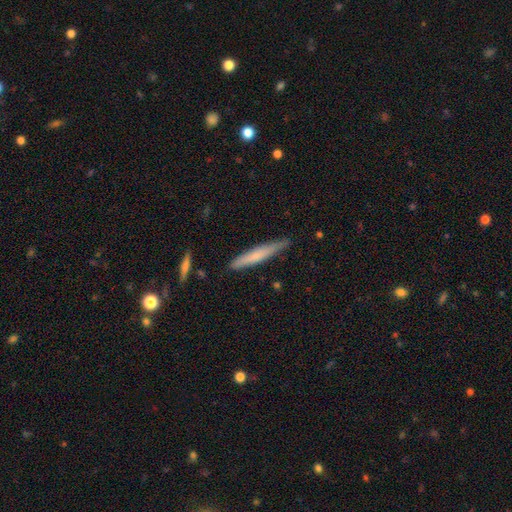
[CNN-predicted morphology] Overall: smooth (63%; featured or disk 31%). How rounded: cigar-shaped (95%). Merging: none (82%).